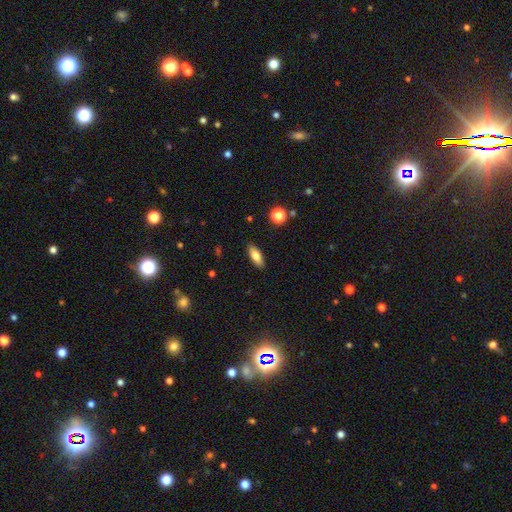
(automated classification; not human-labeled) Morphology: type=smooth (76%); roundness=in between (72%); merging=none (88%).